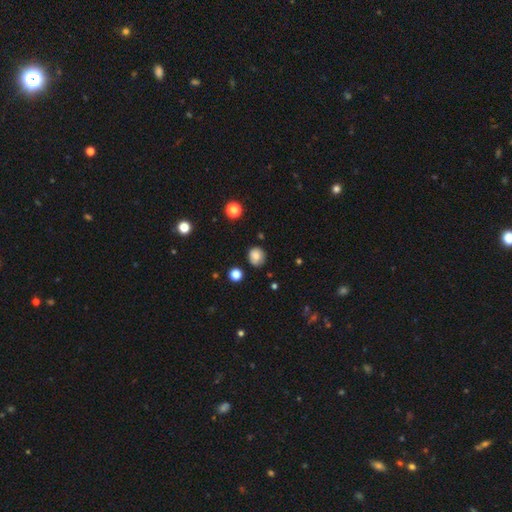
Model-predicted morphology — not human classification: Smooth or featured: smooth — 81% (star or artifact — 11%)
How rounded: round — 74% (in between — 25%)
Merging: none — 73% (minor disturbance — 20%)